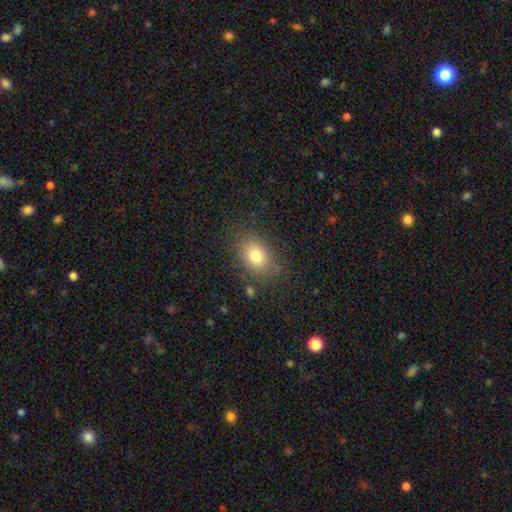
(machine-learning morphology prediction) Smooth or featured: smooth — 79% (featured or disk — 11%)
How rounded: in between — 74% (round — 25%)
Merging: none — 79% (minor disturbance — 14%)